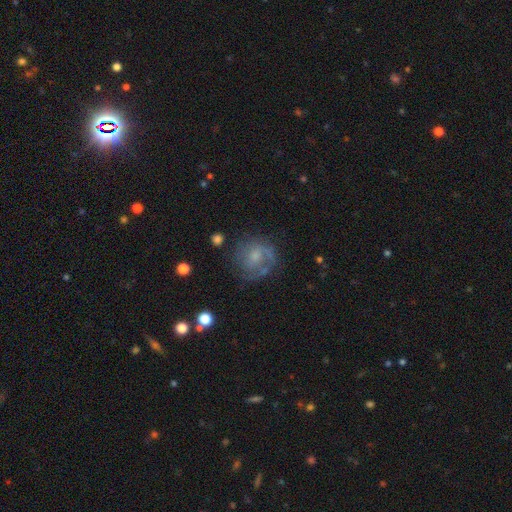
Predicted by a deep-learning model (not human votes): A featured or disk galaxy (56%) with no bar (65%), spiral arms (76%) and a small central bulge (44%). Merging: none (61%).